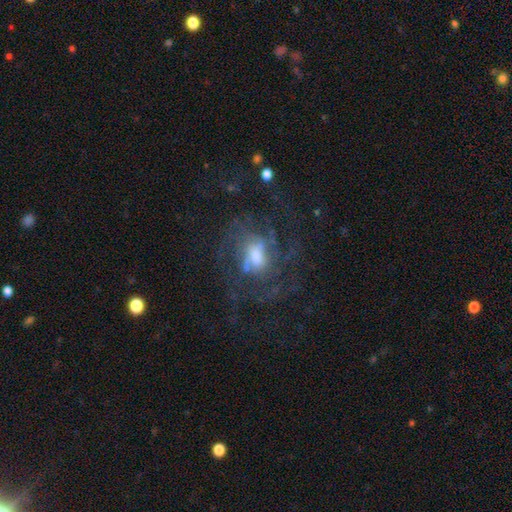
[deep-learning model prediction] Smooth or featured: featured or disk — 76% (smooth — 13%)
Edge-on disk: no — 97% (yes — 3%)
Bar: no — 46% (weak — 42%)
Spiral arms: yes — 87% (no — 13%)
Spiral winding: medium — 43% (tight — 34%)
Spiral arm count: can't tell — 37% (3 — 18%)
Bulge size: moderate — 51% (small — 21%)
Merging: none — 60% (major disturbance — 22%)